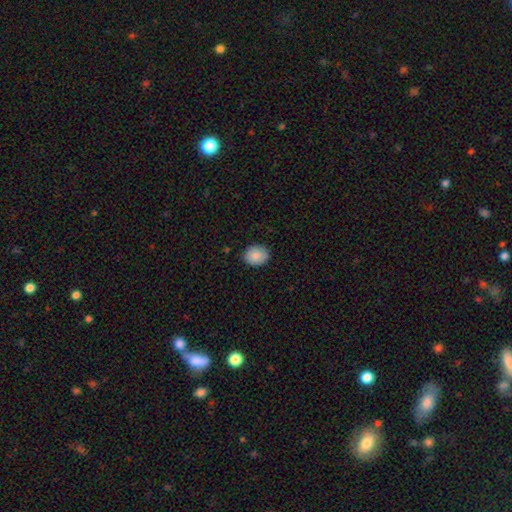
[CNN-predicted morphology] A smooth galaxy with no disk features (85%) that is round (51%).

Vote fractions:
- Smooth or featured? smooth: 85% / star or artifact: 7% / featured or disk: 7%
- How rounded? round: 51% / in between: 48% / cigar-shaped: 1%
- Merging? none: 85% / minor disturbance: 11% / major disturbance: 2% / merger: 1%